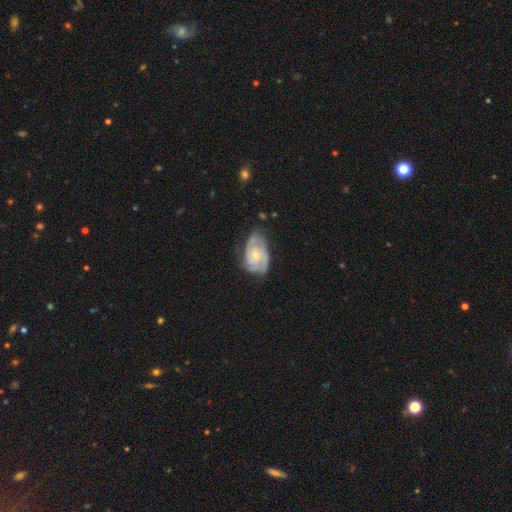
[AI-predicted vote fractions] Q: Smooth or featured?
A: featured or disk (80%); runner-up: smooth (15%)
Q: Edge-on disk?
A: no (97%); runner-up: yes (3%)
Q: Bar?
A: no (68%); runner-up: weak (28%)
Q: Spiral arms?
A: yes (95%); runner-up: no (5%)
Q: Spiral winding?
A: tight (53%); runner-up: medium (39%)
Q: Spiral arm count?
A: 2 (48%); runner-up: 3 (26%)
Q: Bulge size?
A: small (57%); runner-up: moderate (36%)
Q: Merging?
A: none (63%); runner-up: minor disturbance (27%)